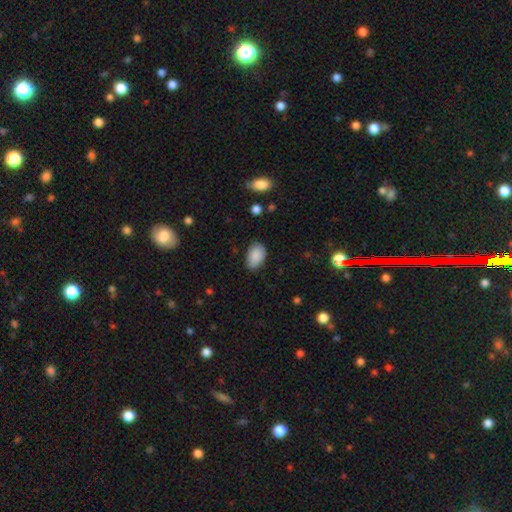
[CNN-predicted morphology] Smooth or featured: smooth — 88% (star or artifact — 7%)
How rounded: in between — 90% (round — 9%)
Merging: none — 77% (minor disturbance — 18%)